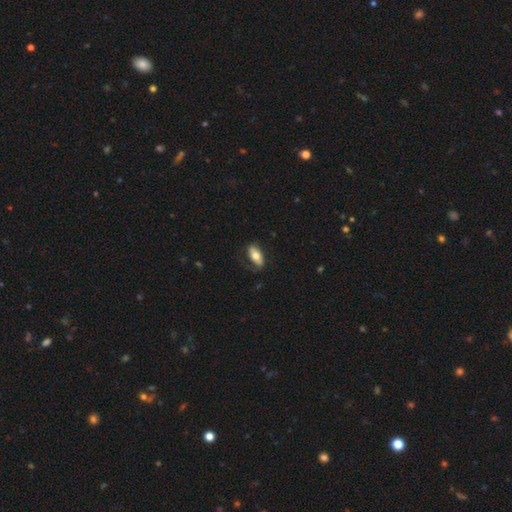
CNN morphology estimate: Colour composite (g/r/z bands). It shows a smooth galaxy with no disk features (65%) that is in between round and cigar-shaped (84%). Merging: none (75%).